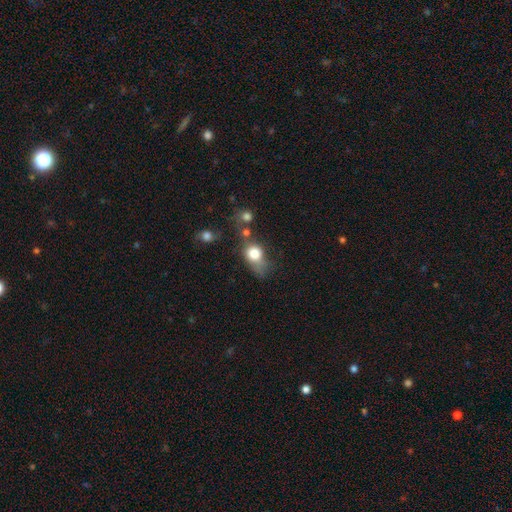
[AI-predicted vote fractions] smooth 77%, featured or disk 13%, star or artifact 10%. Down the decision tree: how rounded — round (50%); merging — none (30%).